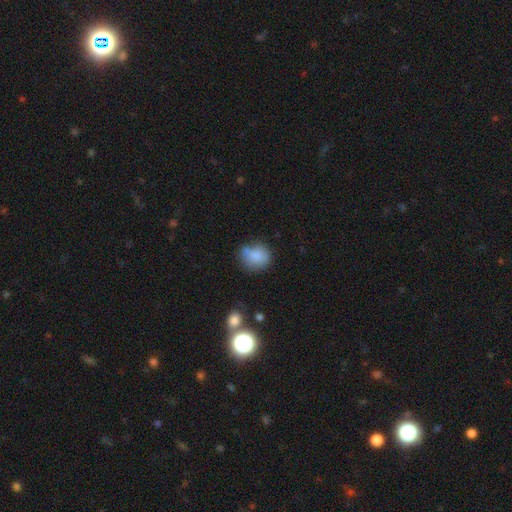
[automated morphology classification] Q: Smooth or featured?
A: smooth (82%); runner-up: featured or disk (9%)
Q: How rounded?
A: round (67%); runner-up: in between (31%)
Q: Merging?
A: none (59%); runner-up: minor disturbance (22%)